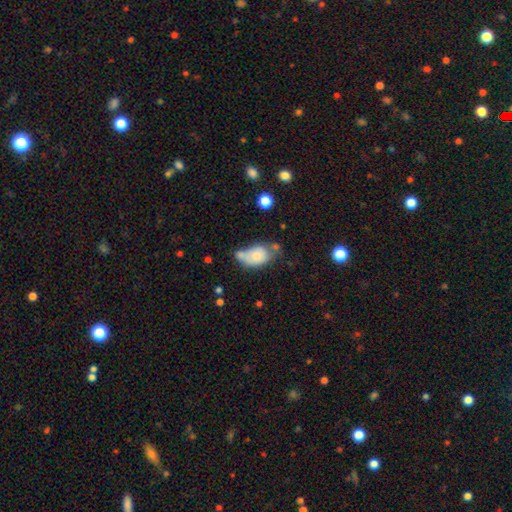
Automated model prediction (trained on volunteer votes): A smooth galaxy with no disk features (68%) that is in between round and cigar-shaped (84%). Merging: merger (31%).